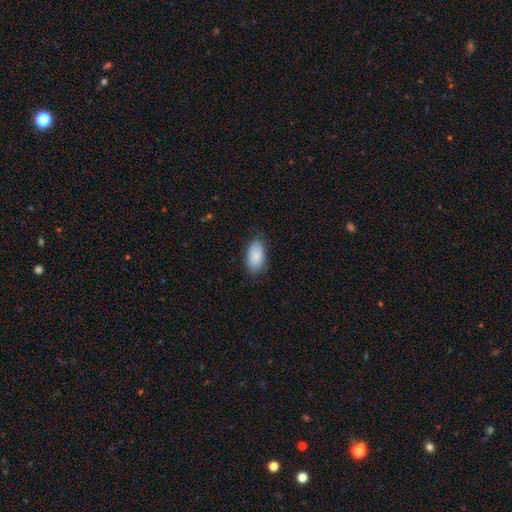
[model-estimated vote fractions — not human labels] smooth 88%, star or artifact 6%, featured or disk 6%. Down the decision tree: how rounded — in between (94%); merging — none (79%).